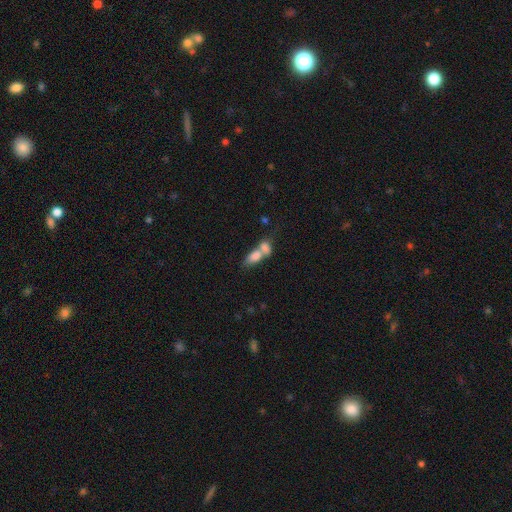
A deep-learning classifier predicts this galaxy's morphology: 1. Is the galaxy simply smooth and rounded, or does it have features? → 76% smooth, 16% featured or disk, 8% star or artifact.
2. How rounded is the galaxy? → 82% in between, 10% cigar-shaped, 7% round.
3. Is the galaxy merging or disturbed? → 72% merger, 17% none, 7% minor disturbance, 5% major disturbance.